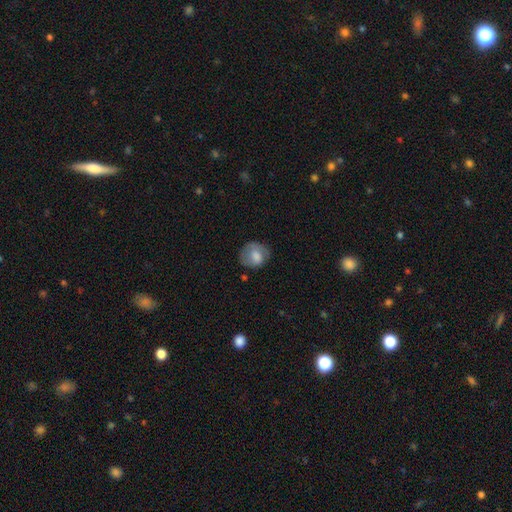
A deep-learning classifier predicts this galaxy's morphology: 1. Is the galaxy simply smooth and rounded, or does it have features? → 67% smooth, 26% featured or disk, 7% star or artifact.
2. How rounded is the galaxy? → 68% round, 31% in between, 1% cigar-shaped.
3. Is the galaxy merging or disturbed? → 59% none, 26% minor disturbance, 13% major disturbance, 2% merger.